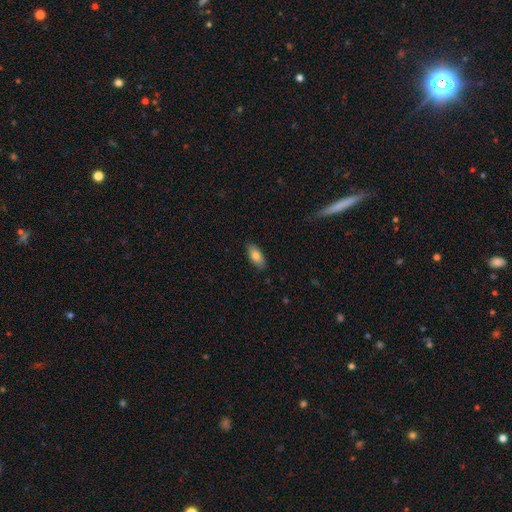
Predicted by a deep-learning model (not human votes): A smooth galaxy with no disk features (80%) that is in between round and cigar-shaped (87%).

Vote fractions:
- Smooth or featured? smooth: 80% / featured or disk: 14% / star or artifact: 7%
- How rounded? in between: 87% / cigar-shaped: 10% / round: 3%
- Merging? none: 86% / minor disturbance: 11% / major disturbance: 2% / merger: 1%